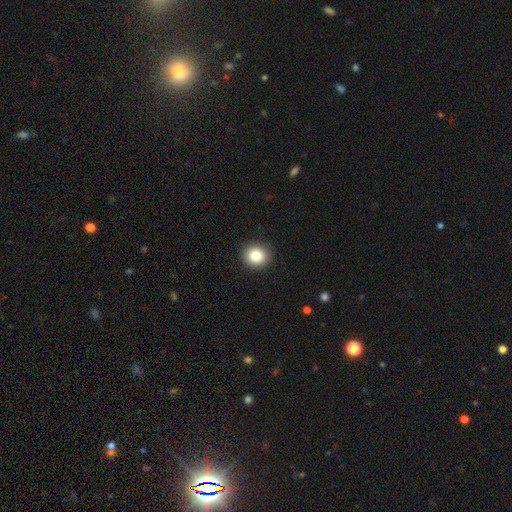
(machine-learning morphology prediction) smooth-or-featured: smooth: 84% | star or artifact: 10% | featured or disk: 6%
  how-rounded: round: 83% | in between: 16% | cigar-shaped: 1%
  merging: none: 91% | minor disturbance: 6% | major disturbance: 2% | merger: 1%